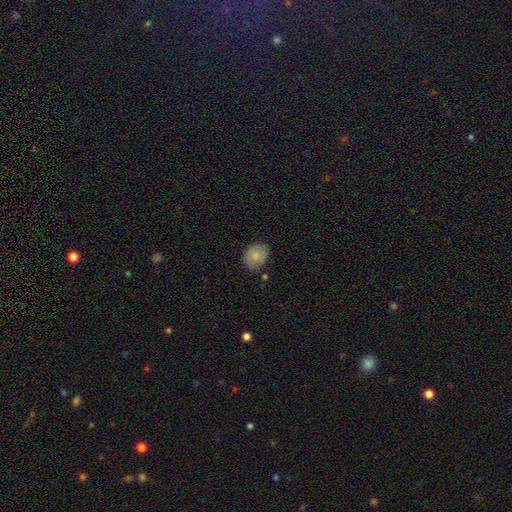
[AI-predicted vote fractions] This appears to be a smooth galaxy with no disk features (83%) that is round (56%). Merging: none (76%).